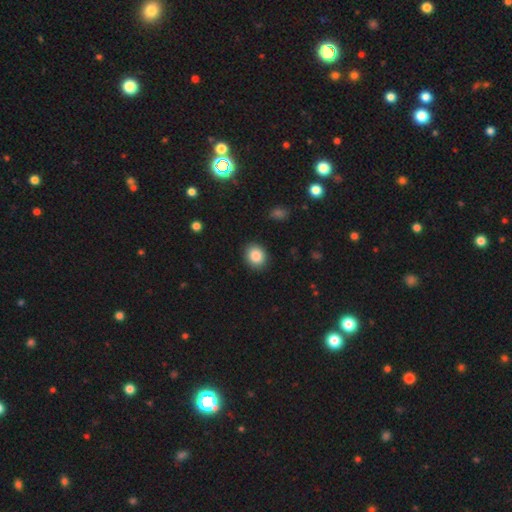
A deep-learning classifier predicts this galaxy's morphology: This is clearly a smooth galaxy (86%). How rounded: likely round (63%). Merging: clearly none (89%).